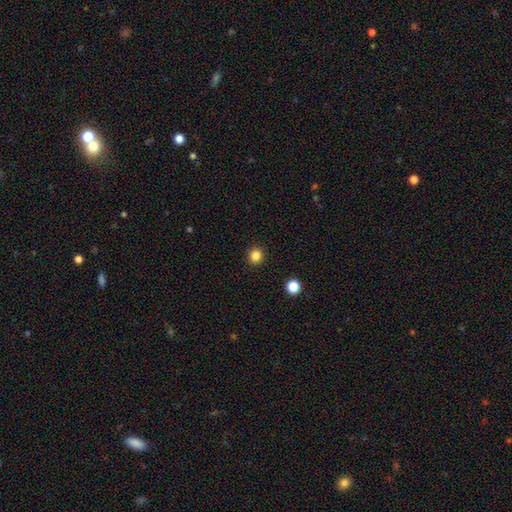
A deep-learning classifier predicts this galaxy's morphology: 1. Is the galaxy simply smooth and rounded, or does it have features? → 84% smooth, 13% star or artifact, 4% featured or disk.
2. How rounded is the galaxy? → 92% round, 7% in between, 1% cigar-shaped.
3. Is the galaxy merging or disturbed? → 93% none, 4% minor disturbance, 2% major disturbance, 1% merger.